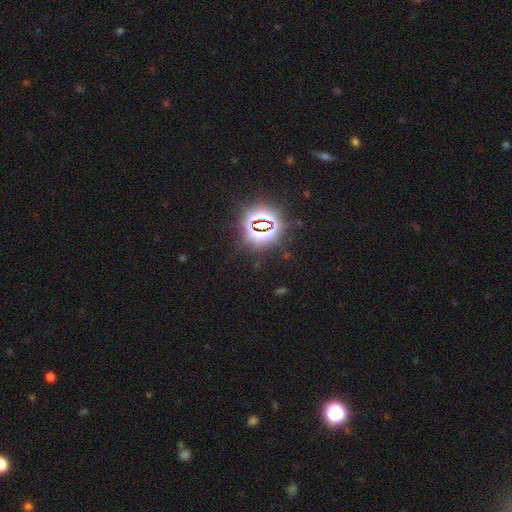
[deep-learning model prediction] Smooth or featured? star or artifact (81%)